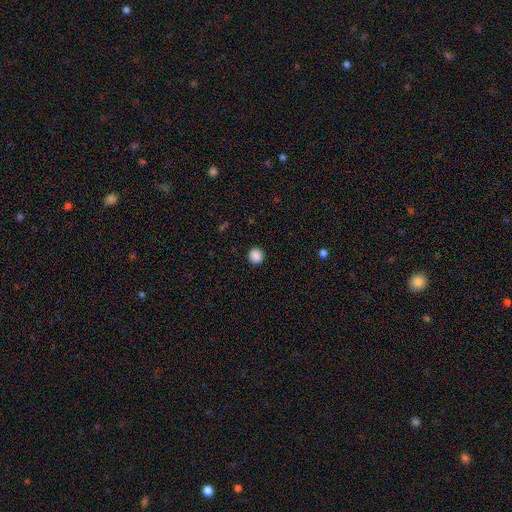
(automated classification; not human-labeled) Q: Smooth or featured?
A: smooth (88%); runner-up: star or artifact (9%)
Q: How rounded?
A: round (89%); runner-up: in between (10%)
Q: Merging?
A: none (92%); runner-up: minor disturbance (5%)